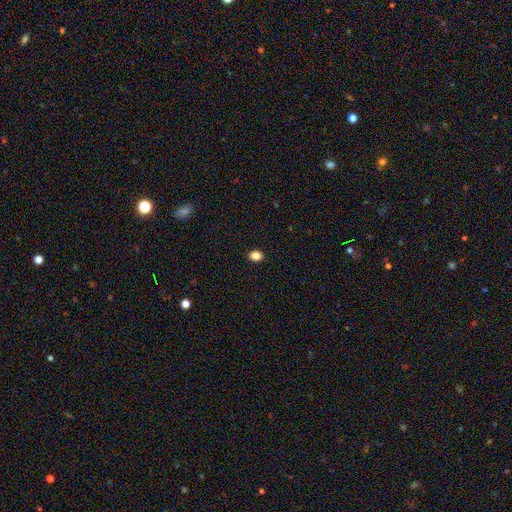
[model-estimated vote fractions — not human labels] Smooth or featured? Predicted: smooth (p=0.85). How rounded? Predicted: in between (p=0.65). Merging? Predicted: none (p=0.91).